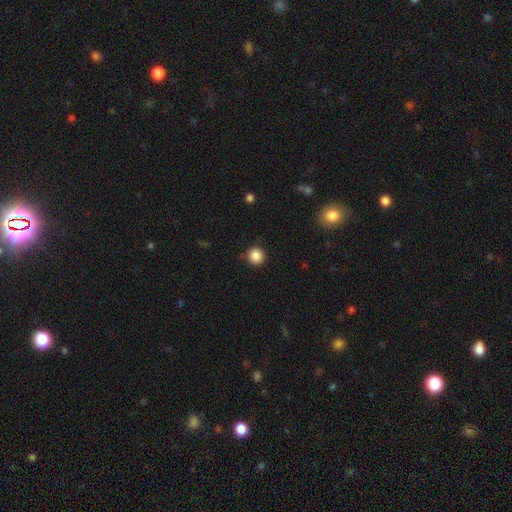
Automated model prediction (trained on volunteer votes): smooth-or-featured: smooth: 87% | star or artifact: 10% | featured or disk: 3%
  how-rounded: round: 92% | in between: 8% | cigar-shaped: 1%
  merging: none: 89% | minor disturbance: 8% | major disturbance: 2% | merger: 1%